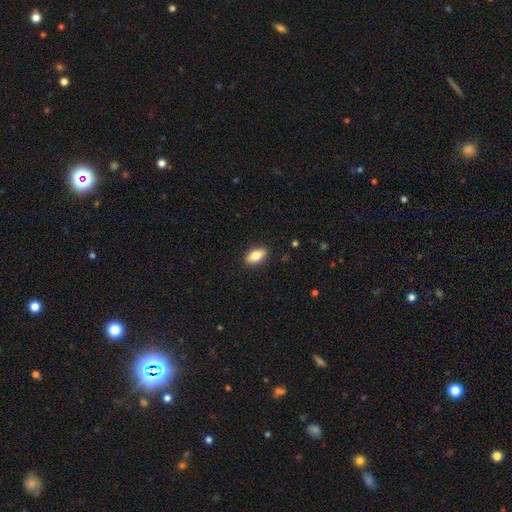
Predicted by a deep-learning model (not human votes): Smooth or featured? smooth (80%)
How rounded? in between (88%)
Merging? none (89%)